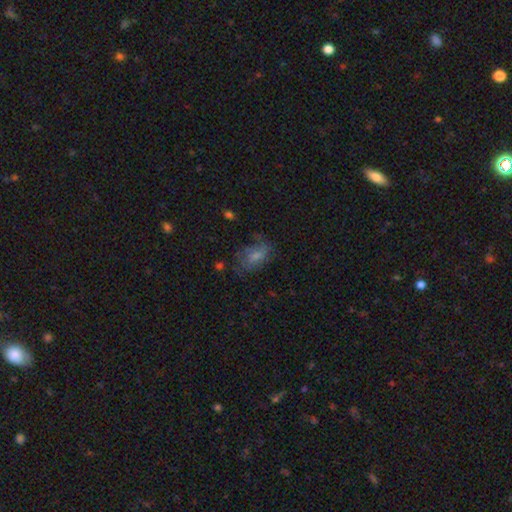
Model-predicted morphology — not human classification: A smooth galaxy with no disk features (44%).

Vote fractions:
- Smooth or featured? smooth: 44% / featured or disk: 38% / star or artifact: 18%
- Merging? none: 61% / minor disturbance: 23% / major disturbance: 13% / merger: 3%